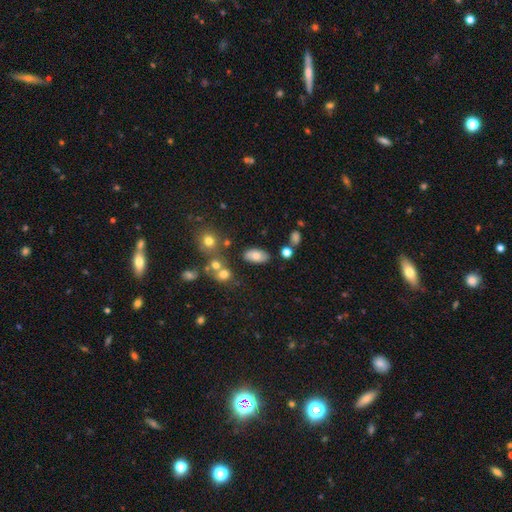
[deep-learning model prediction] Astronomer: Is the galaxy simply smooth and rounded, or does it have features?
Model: smooth — 75%.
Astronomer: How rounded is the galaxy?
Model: in between — 93%.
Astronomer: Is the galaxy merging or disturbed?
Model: none — 77%.